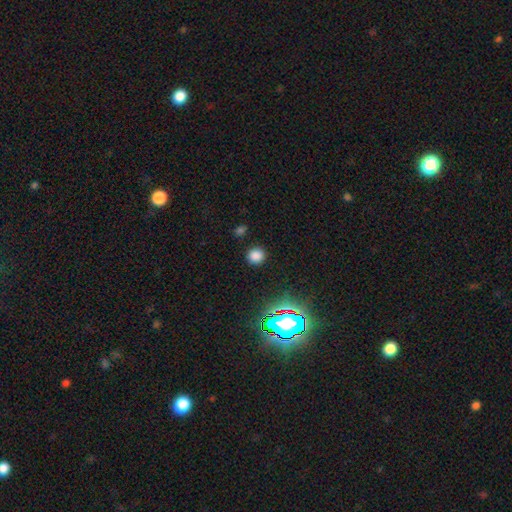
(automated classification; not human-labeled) This appears to be a smooth galaxy with no disk features (77%) that is round (88%). Merging: none (88%).